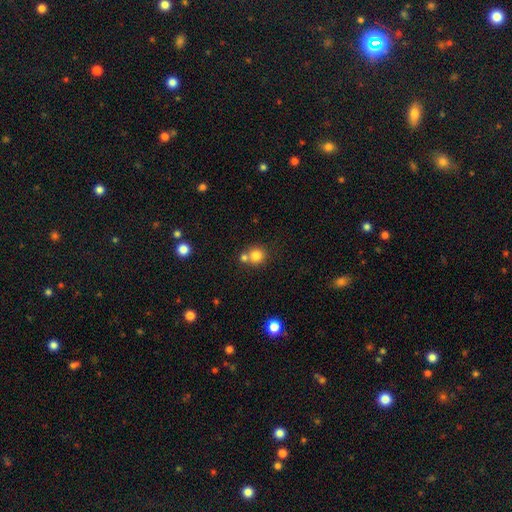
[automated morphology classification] type=smooth (81%); roundness=round (89%); merging=none (57%).